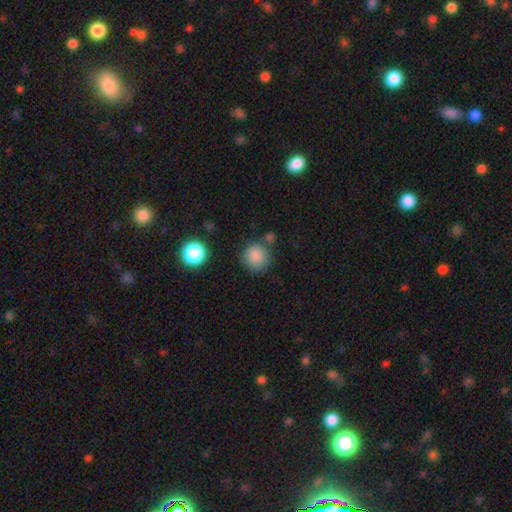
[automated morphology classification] smooth_or_featured: smooth (p=0.85) [alt: star or artifact p=0.10]
how_rounded: round (p=0.92) [alt: in between p=0.07]
merging: none (p=0.77) [alt: minor disturbance p=0.12]